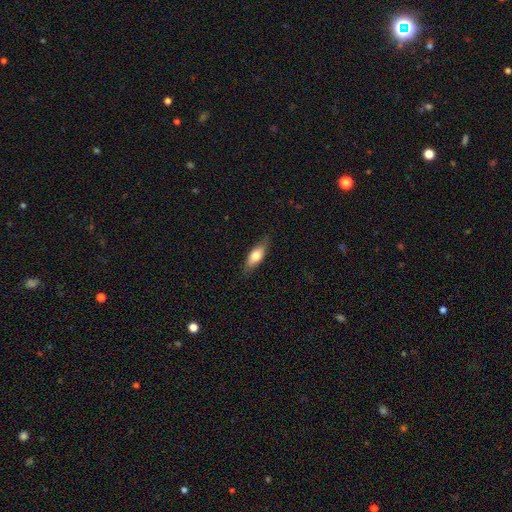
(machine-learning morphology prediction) The model was most divided on "how rounded": in between: 68%, cigar-shaped: 29%, round: 3%. More confident: merging — none (82%); smooth or featured — smooth (70%).